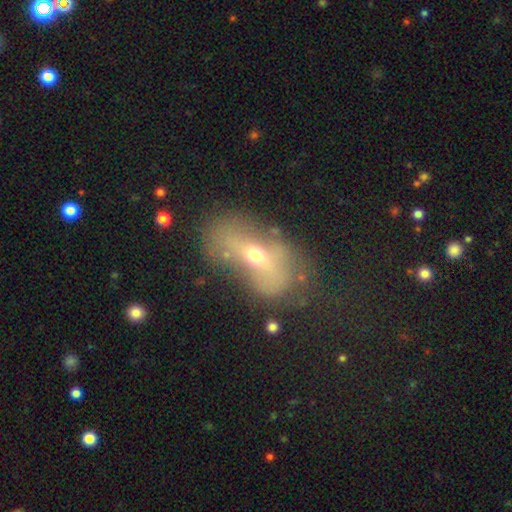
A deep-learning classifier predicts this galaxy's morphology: This appears to be a featured or disk galaxy (46%). Merging: none (39%).